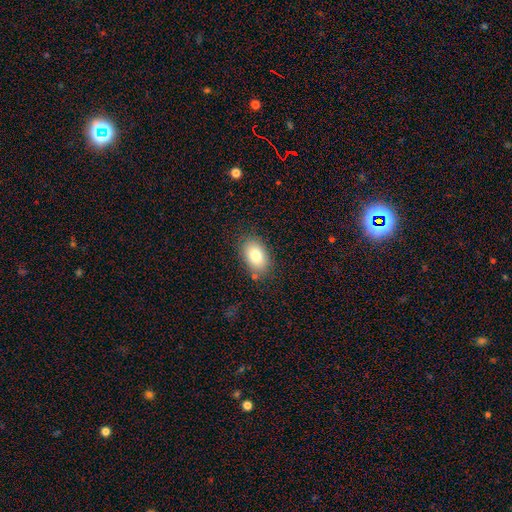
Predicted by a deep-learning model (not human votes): Smooth or featured? smooth (80%)
How rounded? in between (87%)
Merging? none (82%)